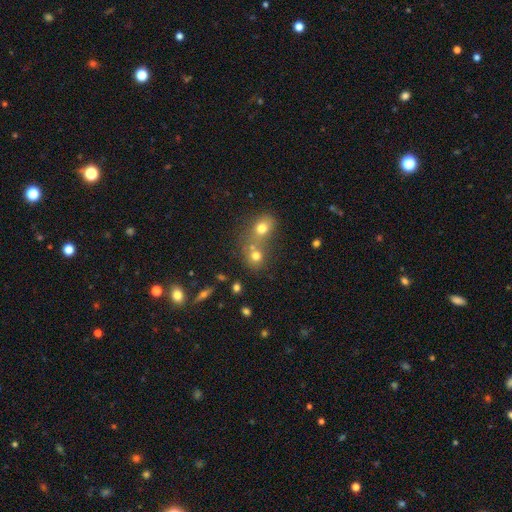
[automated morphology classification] type=smooth (71%); roundness=round (73%); merging=merger (49%).